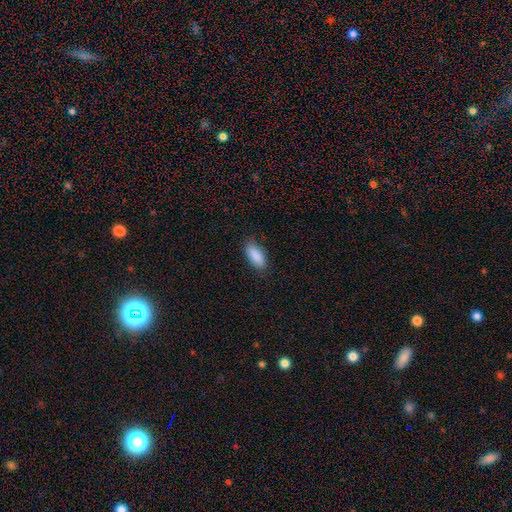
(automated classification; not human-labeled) smooth-or-featured: smooth: 89% | star or artifact: 6% | featured or disk: 5%
  how-rounded: in between: 82% | cigar-shaped: 16% | round: 2%
  merging: none: 79% | minor disturbance: 17% | major disturbance: 3% | merger: 1%